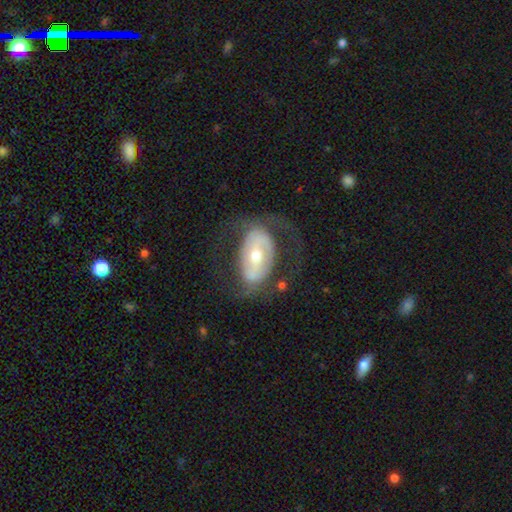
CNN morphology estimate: The model was most divided on "spiral arms" (2-way tie): yes: 50%, no: 50%. More confident: edge-on disk — no (91%); smooth or featured — featured or disk (65%); bar — no (59%); merging — none (58%); bulge size — moderate (53%).